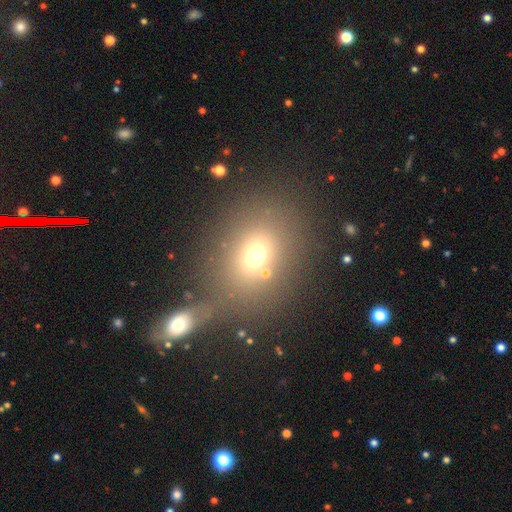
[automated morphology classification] smooth 69%, star or artifact 17%, featured or disk 14%. Down the decision tree: how rounded — round (49%, tied with in between); merging — none (54%).